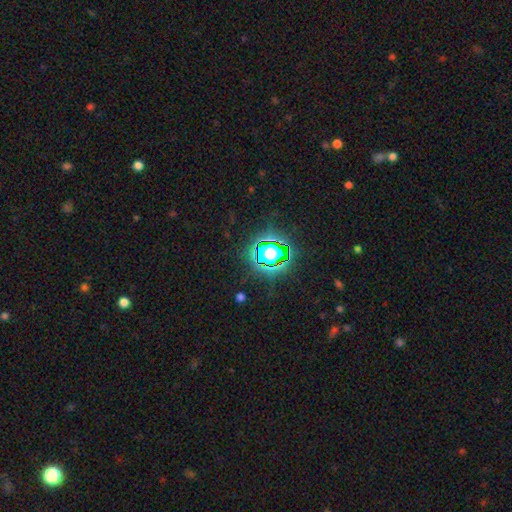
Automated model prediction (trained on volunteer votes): A star or artifact, not a galaxy (82%).